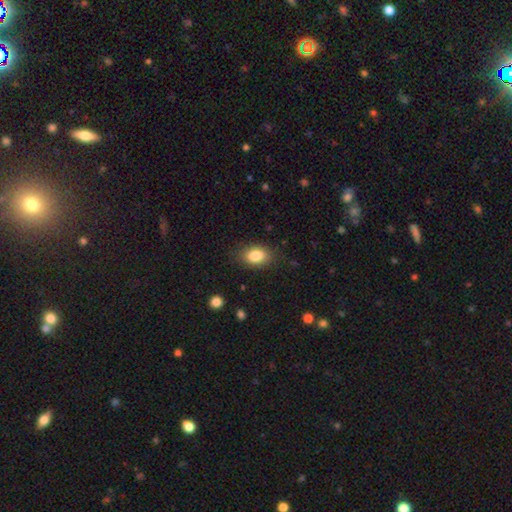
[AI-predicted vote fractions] This appears to be a smooth galaxy with no disk features (84%) that is in between round and cigar-shaped (84%). Merging: none (83%).